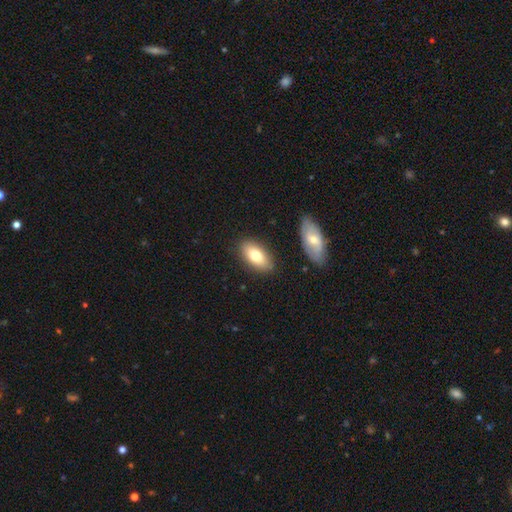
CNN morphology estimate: Overall: smooth (76%). How rounded: in between (92%). Merging: none (83%).